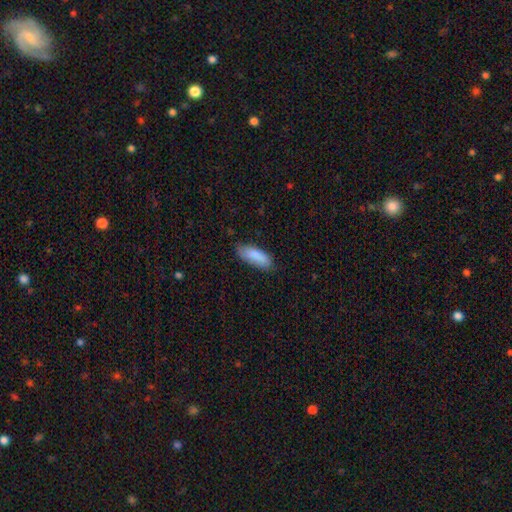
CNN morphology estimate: The model was most divided on "how rounded": in between: 71%, cigar-shaped: 27%, round: 2%. More confident: smooth or featured — smooth (87%); merging — none (74%).